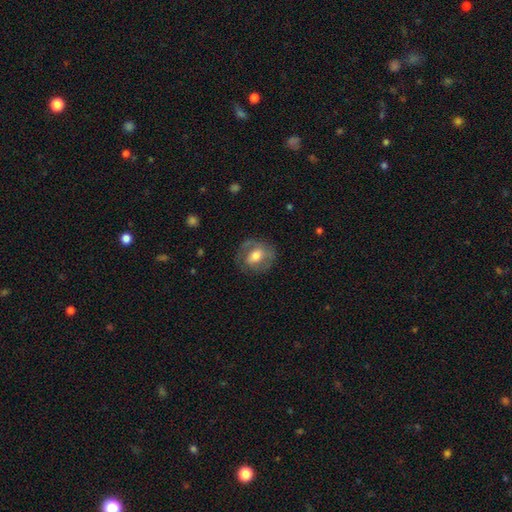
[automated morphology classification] smooth_or_featured: featured or disk (p=0.51) [alt: smooth p=0.42]
disk_edge_on: no (p=0.95) [alt: yes p=0.05]
merging: none (p=0.72) [alt: minor disturbance p=0.17]